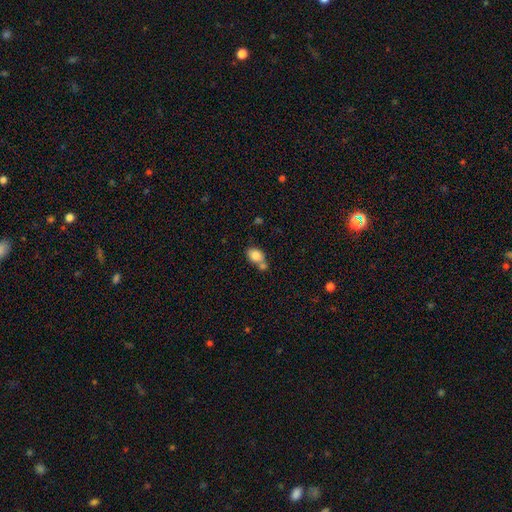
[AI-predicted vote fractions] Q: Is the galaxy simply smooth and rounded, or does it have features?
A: smooth — 81%.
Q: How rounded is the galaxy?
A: in between — 64%.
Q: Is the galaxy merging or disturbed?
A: none — 42%.